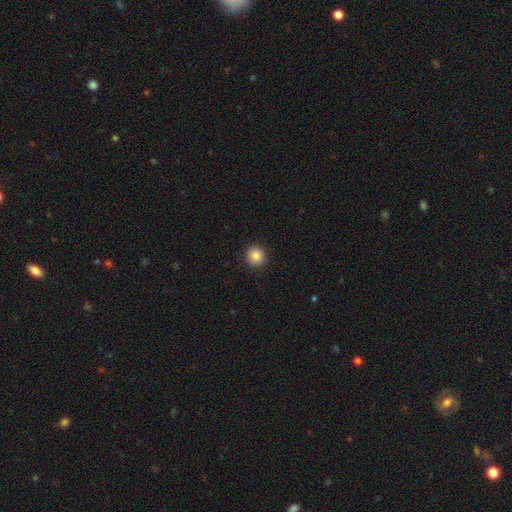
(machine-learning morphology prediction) Smooth or featured? Predicted: smooth (p=0.85). How rounded? Predicted: round (p=0.89). Merging? Predicted: none (p=0.92).